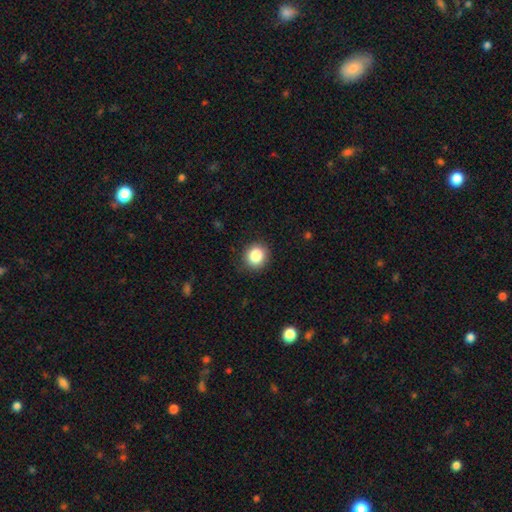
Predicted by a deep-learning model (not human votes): Overall: smooth (85%). How rounded: round (83%). Merging: none (87%).